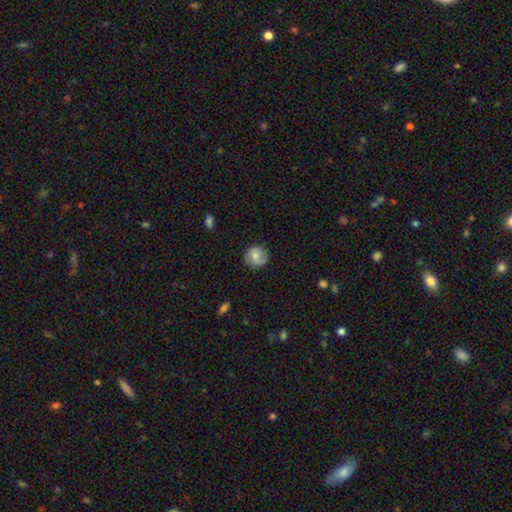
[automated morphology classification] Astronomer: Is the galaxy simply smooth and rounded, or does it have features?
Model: smooth — 56% (runner-up: featured or disk, 36%).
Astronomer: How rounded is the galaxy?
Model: round — 87%.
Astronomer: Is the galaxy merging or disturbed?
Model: none — 77%.